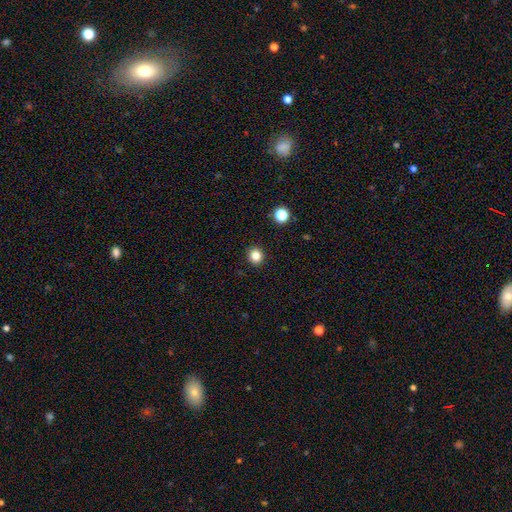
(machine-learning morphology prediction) This is clearly a smooth galaxy (83%). How rounded: clearly round (85%). Merging: clearly none (92%).